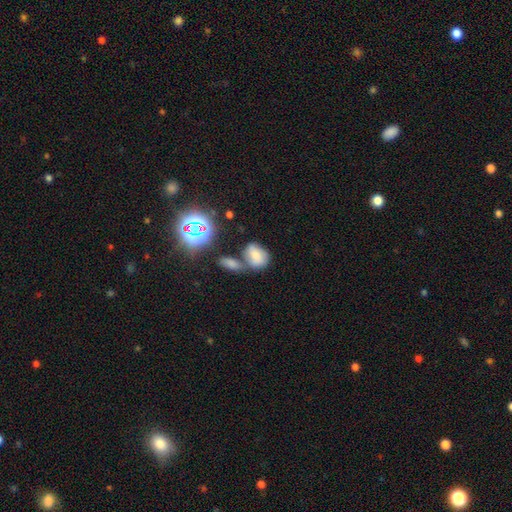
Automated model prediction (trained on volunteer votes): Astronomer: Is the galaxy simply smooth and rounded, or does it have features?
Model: smooth — 66%.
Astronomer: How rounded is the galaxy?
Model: in between — 65%.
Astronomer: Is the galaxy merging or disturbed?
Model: none — 39%, tied with merger at 39%.